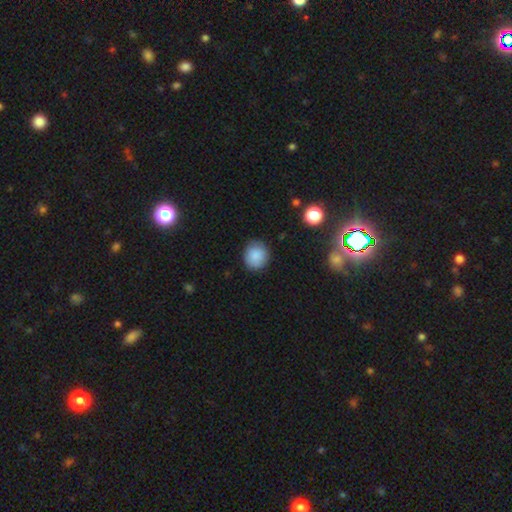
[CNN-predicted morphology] Q: Smooth or featured?
A: smooth (86%); runner-up: star or artifact (8%)
Q: How rounded?
A: round (86%); runner-up: in between (13%)
Q: Merging?
A: none (86%); runner-up: minor disturbance (11%)